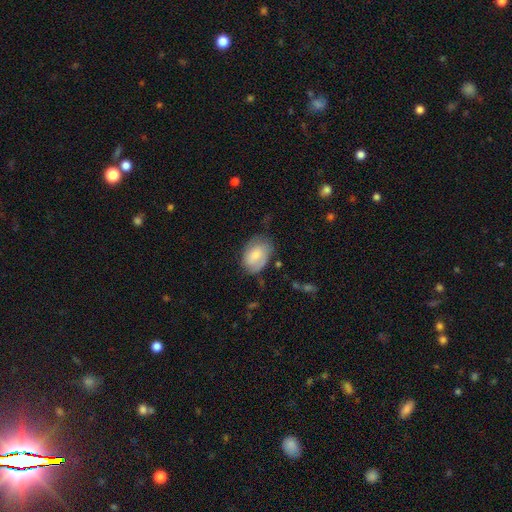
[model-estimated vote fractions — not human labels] Smooth or featured: smooth — 66% (featured or disk — 27%)
How rounded: in between — 83% (round — 16%)
Merging: none — 61% (minor disturbance — 28%)